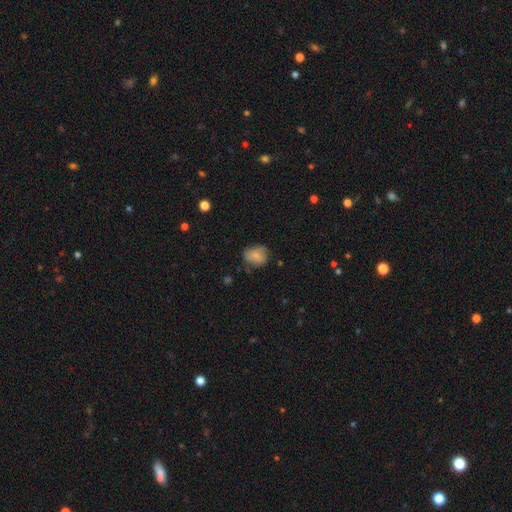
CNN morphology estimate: This is likely a smooth galaxy (77%). How rounded: possibly round (51%). Merging: likely none (63%).